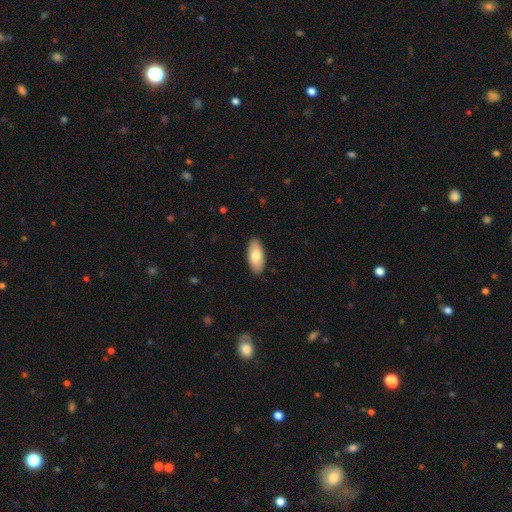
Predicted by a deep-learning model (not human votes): A smooth galaxy with no disk features (80%) that is in between round and cigar-shaped (89%).

Vote fractions:
- Smooth or featured? smooth: 80% / featured or disk: 15% / star or artifact: 6%
- How rounded? in between: 89% / cigar-shaped: 9% / round: 2%
- Merging? none: 89% / minor disturbance: 8% / major disturbance: 2% / merger: 1%